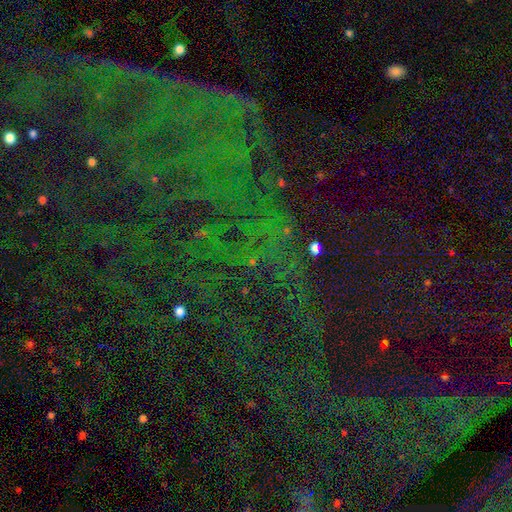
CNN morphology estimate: Smooth or featured: star or artifact — 81% (smooth — 10%)